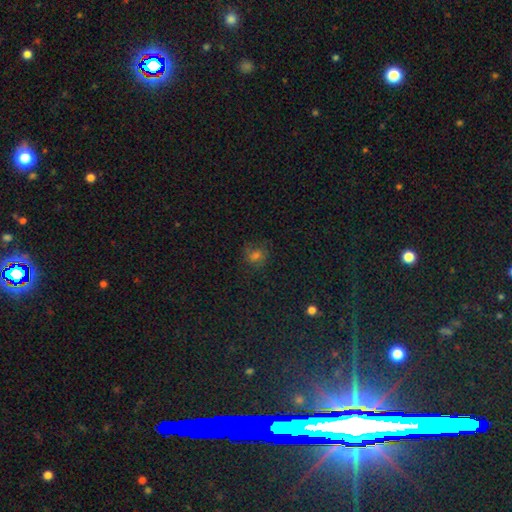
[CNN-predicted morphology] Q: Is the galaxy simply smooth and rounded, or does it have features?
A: smooth — 57%.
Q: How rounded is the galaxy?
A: round — 71%.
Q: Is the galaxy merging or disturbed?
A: none — 72%.